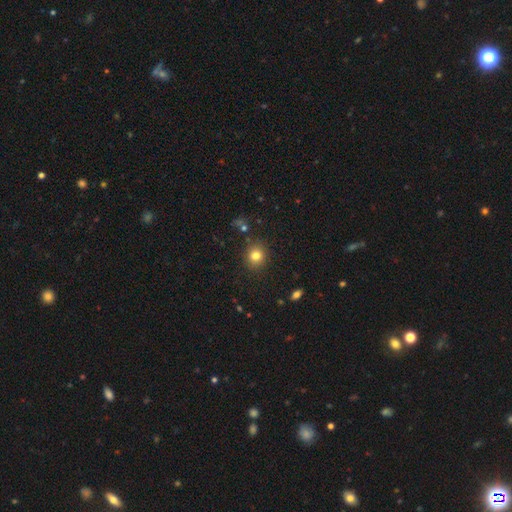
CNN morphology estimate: Smooth or featured: smooth — 80% (star or artifact — 13%)
How rounded: round — 83% (in between — 17%)
Merging: none — 87% (minor disturbance — 8%)